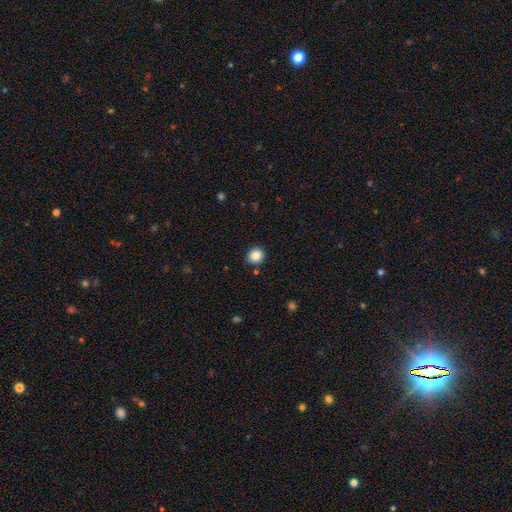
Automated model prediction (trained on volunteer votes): smooth 86%, star or artifact 10%, featured or disk 4%. Down the decision tree: how rounded — round (87%); merging — none (89%).